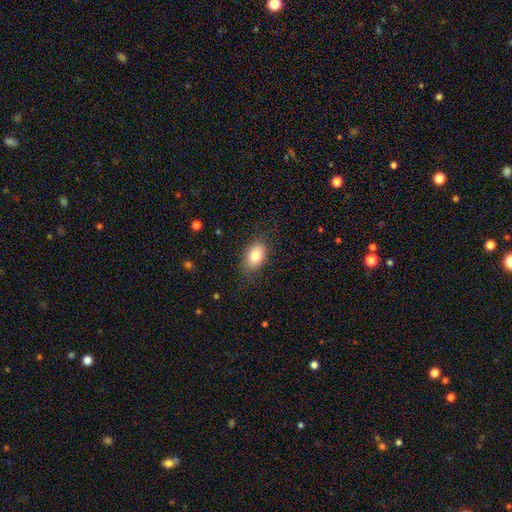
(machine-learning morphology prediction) A smooth galaxy with no disk features (80%) that is in between round and cigar-shaped (81%).

Vote fractions:
- Smooth or featured? smooth: 80% / featured or disk: 12% / star or artifact: 9%
- How rounded? in between: 81% / round: 18% / cigar-shaped: 1%
- Merging? none: 79% / minor disturbance: 15% / major disturbance: 5% / merger: 1%